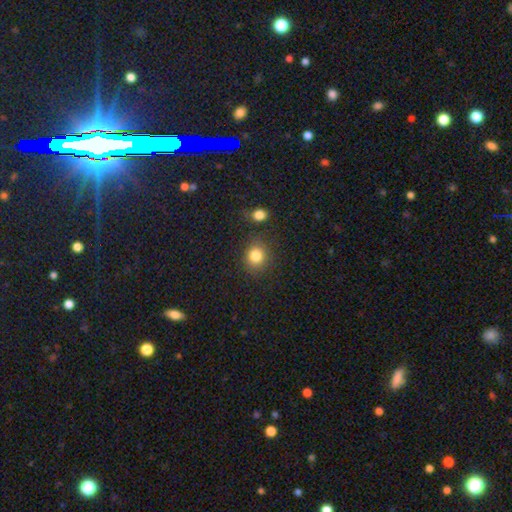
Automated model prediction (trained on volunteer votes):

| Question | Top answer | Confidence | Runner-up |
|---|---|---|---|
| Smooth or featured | smooth | 83% | star or artifact (12%) |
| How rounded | round | 77% | in between (22%) |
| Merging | none | 80% | minor disturbance (11%) |